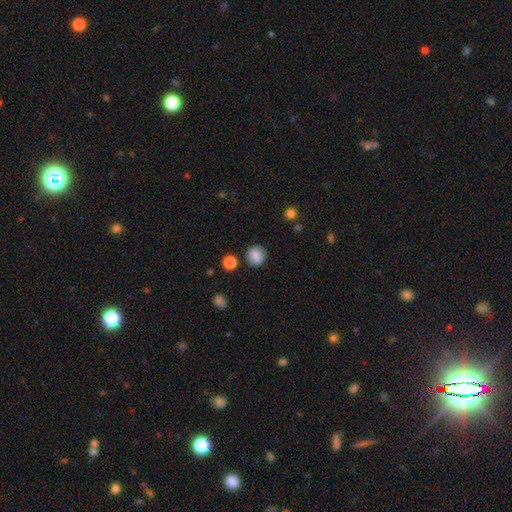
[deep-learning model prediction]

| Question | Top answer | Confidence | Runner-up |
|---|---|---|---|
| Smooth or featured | smooth | 83% | star or artifact (9%) |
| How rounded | round | 82% | in between (17%) |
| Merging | none | 85% | minor disturbance (9%) |